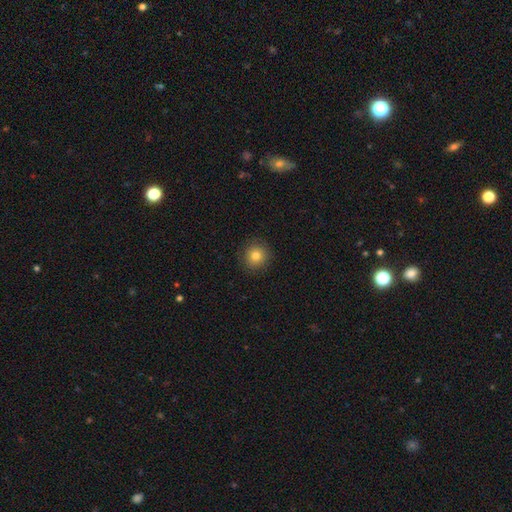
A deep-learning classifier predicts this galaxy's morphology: This is clearly a smooth galaxy (81%). How rounded: clearly round (93%). Merging: clearly none (90%).